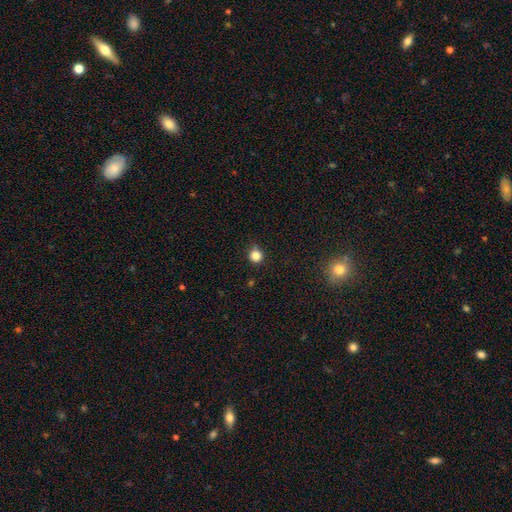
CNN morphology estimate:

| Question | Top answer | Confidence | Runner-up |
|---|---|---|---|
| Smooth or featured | smooth | 84% | star or artifact (12%) |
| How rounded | round | 89% | in between (10%) |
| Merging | none | 74% | minor disturbance (20%) |